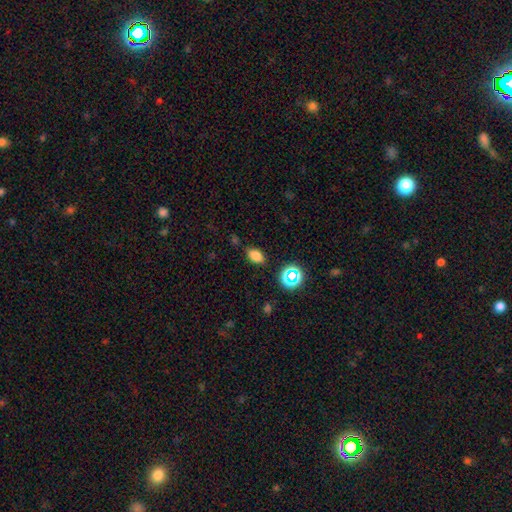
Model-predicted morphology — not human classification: smooth 78%, star or artifact 16%, featured or disk 6%. Down the decision tree: how rounded — in between (85%); merging — none (81%).